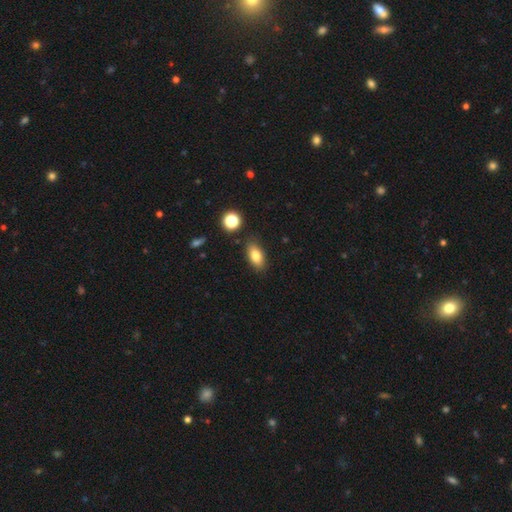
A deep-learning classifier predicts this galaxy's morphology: This appears to be a smooth galaxy with no disk features (81%) that is in between round and cigar-shaped (87%). Merging: none (84%).